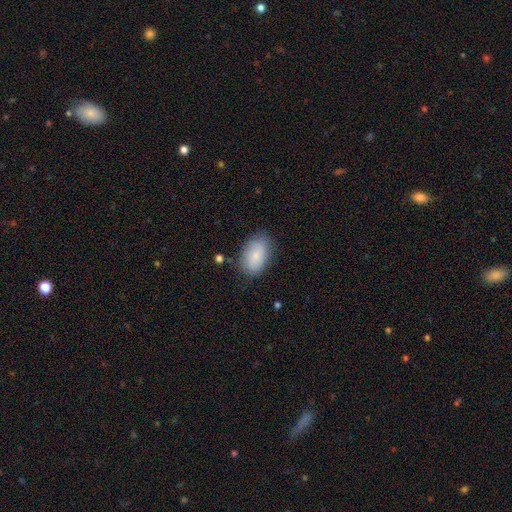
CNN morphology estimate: Smooth or featured: smooth — 79% (featured or disk — 15%)
How rounded: in between — 90% (round — 9%)
Merging: none — 76% (minor disturbance — 18%)